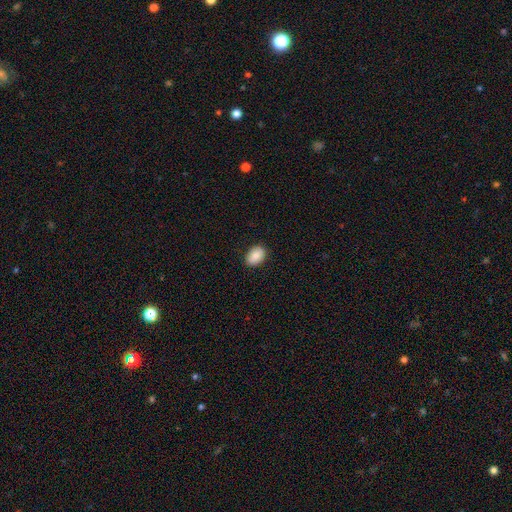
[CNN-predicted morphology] A smooth galaxy with no disk features (84%) that is in between round and cigar-shaped (80%). Merging: none (88%).